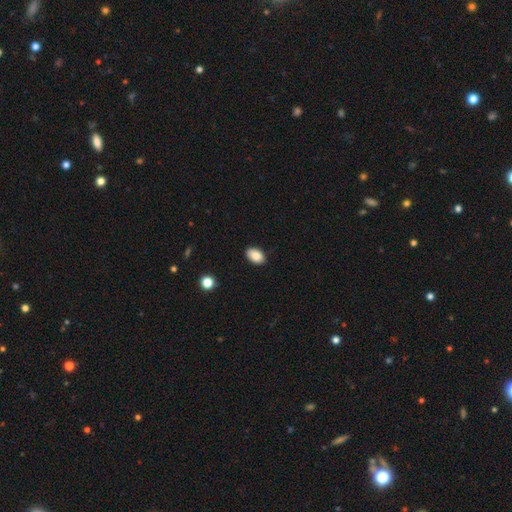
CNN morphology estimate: smooth_or_featured: smooth (p=0.87) [alt: star or artifact p=0.08]
how_rounded: in between (p=0.90) [alt: round p=0.09]
merging: none (p=0.86) [alt: minor disturbance p=0.11]